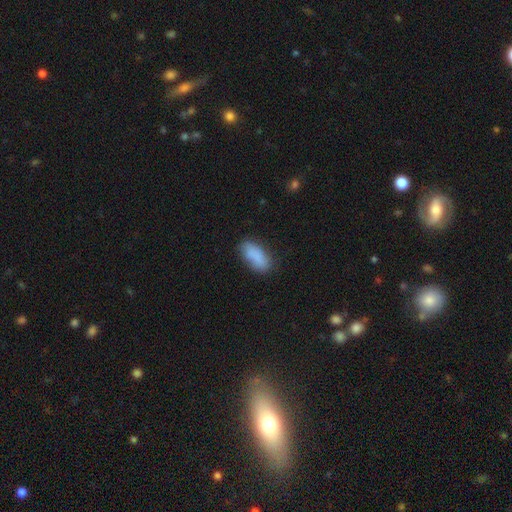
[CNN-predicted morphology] Smooth or featured?
  - smooth: 84% *
  - featured or disk: 8%
  - star or artifact: 7%
How rounded?
  - in between: 87% *
  - cigar-shaped: 11%
  - round: 3%
Merging?
  - none: 70% *
  - minor disturbance: 21%
  - major disturbance: 5%
  - merger: 3%